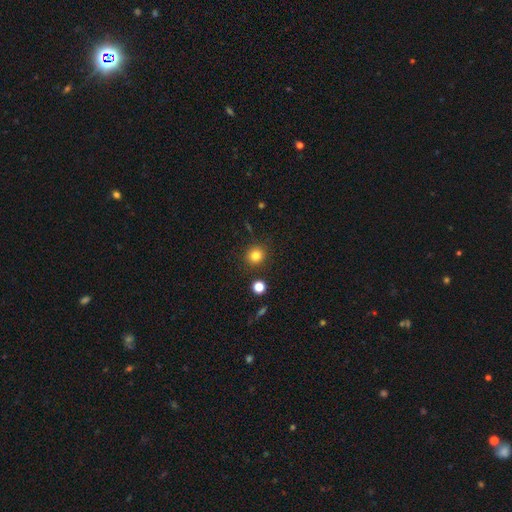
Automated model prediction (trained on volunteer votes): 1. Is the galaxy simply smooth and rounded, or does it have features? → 81% smooth, 13% star or artifact, 6% featured or disk.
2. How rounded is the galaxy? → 89% round, 10% in between, 1% cigar-shaped.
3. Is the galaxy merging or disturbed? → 88% none, 7% minor disturbance, 3% merger, 2% major disturbance.